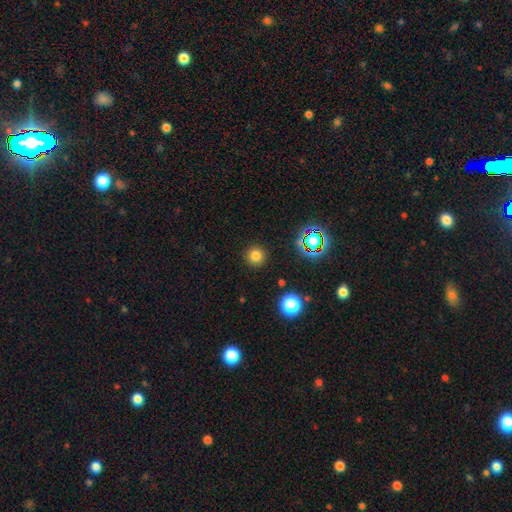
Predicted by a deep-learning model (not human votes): The model was most divided on "smooth or featured": smooth: 78%, star or artifact: 17%, featured or disk: 5%. More confident: how rounded — round (95%); merging — none (91%).